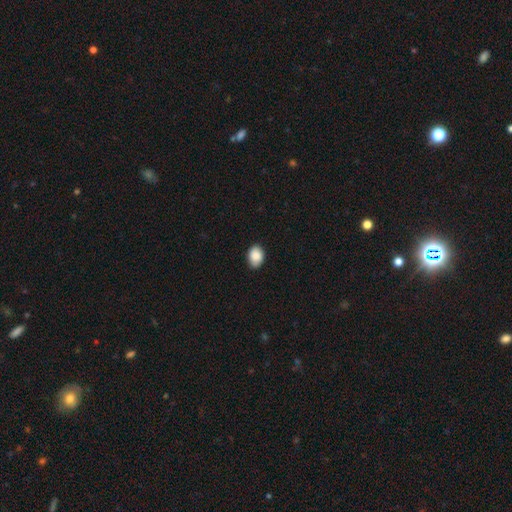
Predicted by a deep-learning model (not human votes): smooth-or-featured: smooth: 89% | star or artifact: 7% | featured or disk: 4%
  how-rounded: in between: 78% | round: 20% | cigar-shaped: 1%
  merging: none: 85% | minor disturbance: 12% | major disturbance: 2% | merger: 1%